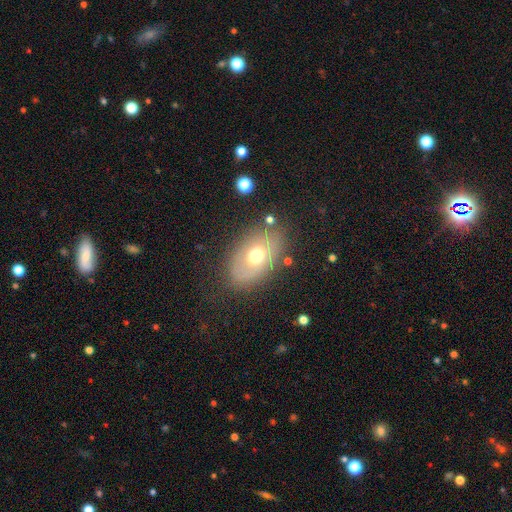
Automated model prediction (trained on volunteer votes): Smooth or featured: featured or disk — 47% (smooth — 45%)
Merging: none — 74% (minor disturbance — 17%)